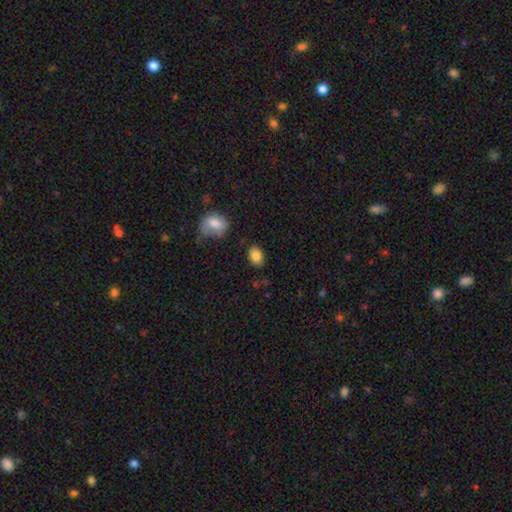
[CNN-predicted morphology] smooth 85%, star or artifact 9%, featured or disk 6%. Down the decision tree: how rounded — in between (79%); merging — none (83%).